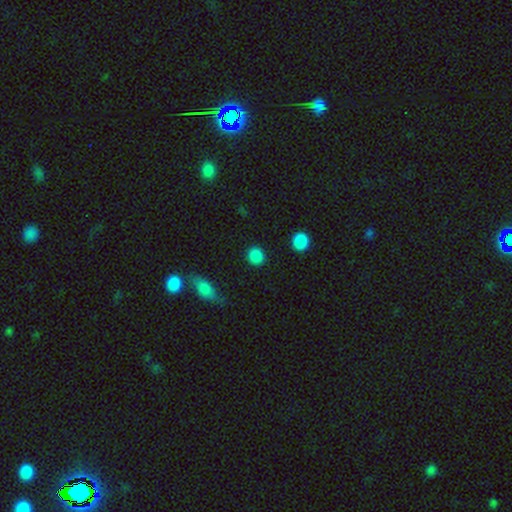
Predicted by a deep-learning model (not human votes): This is clearly a smooth galaxy (88%). How rounded: clearly round (84%). Merging: clearly none (89%).